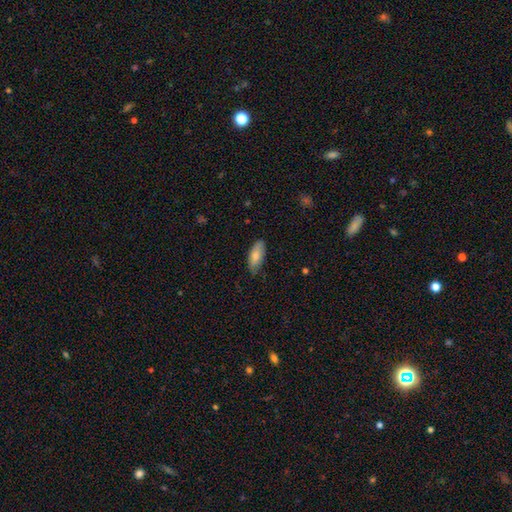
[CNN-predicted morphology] smooth_or_featured: smooth (p=0.80) [alt: featured or disk p=0.14]
how_rounded: in between (p=0.84) [alt: cigar-shaped p=0.14]
merging: none (p=0.77) [alt: minor disturbance p=0.19]